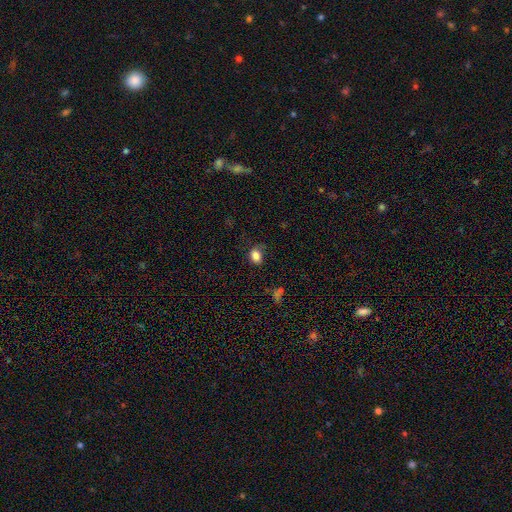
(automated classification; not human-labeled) smooth-or-featured: smooth: 84% | star or artifact: 10% | featured or disk: 6%
  how-rounded: in between: 67% | round: 32% | cigar-shaped: 1%
  merging: none: 66% | minor disturbance: 23% | major disturbance: 9% | merger: 2%